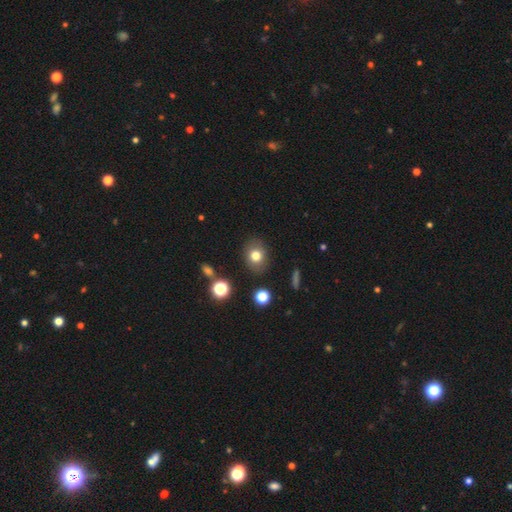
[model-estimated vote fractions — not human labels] The model was most divided on "how rounded": round: 55%, in between: 44%, cigar-shaped: 1%. More confident: merging — none (86%); smooth or featured — smooth (76%).